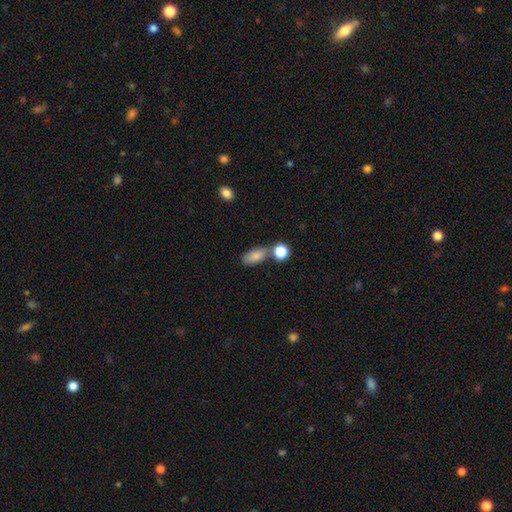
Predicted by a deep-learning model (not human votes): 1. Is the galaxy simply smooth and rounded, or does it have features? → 83% smooth, 9% star or artifact, 8% featured or disk.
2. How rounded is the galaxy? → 82% in between, 10% cigar-shaped, 8% round.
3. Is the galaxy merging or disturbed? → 56% none, 22% merger, 16% minor disturbance, 6% major disturbance.